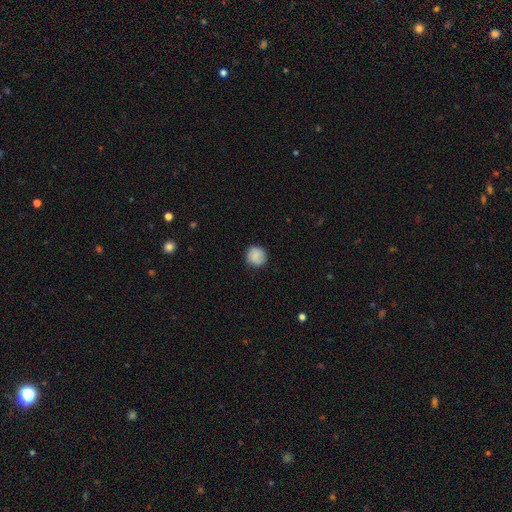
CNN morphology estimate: The model was most divided on "smooth or featured": smooth: 84%, featured or disk: 9%, star or artifact: 7%. More confident: how rounded — round (92%); merging — none (87%).